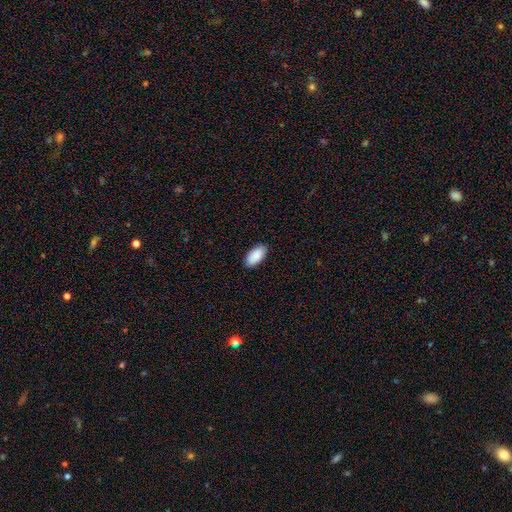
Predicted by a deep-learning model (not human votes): Smooth or featured?
  - smooth: 90% *
  - star or artifact: 6%
  - featured or disk: 4%
How rounded?
  - in between: 95% *
  - cigar-shaped: 3%
  - round: 2%
Merging?
  - none: 88% *
  - minor disturbance: 9%
  - major disturbance: 2%
  - merger: 1%